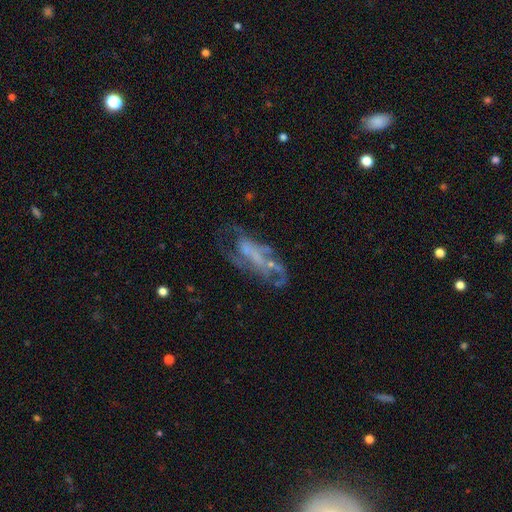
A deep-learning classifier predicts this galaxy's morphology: The model was most divided on "spiral arms": no: 56%, yes: 44%. Remaining: edge-on disk — no (84%); bar — no (65%); smooth or featured — featured or disk (63%); bulge size — none (57%); merging — none (46%).